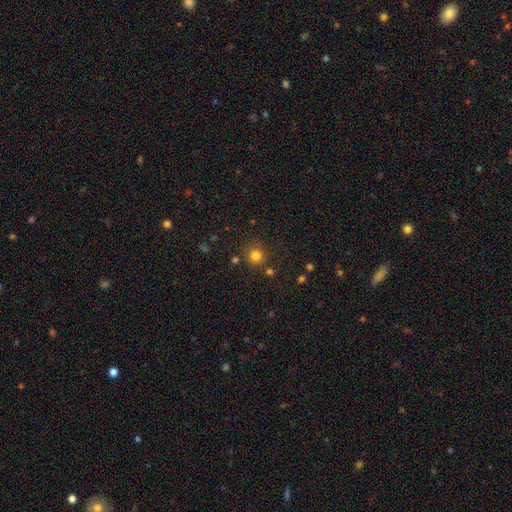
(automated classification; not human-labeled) The model was most divided on "smooth or featured": smooth: 78%, star or artifact: 16%, featured or disk: 6%. More confident: how rounded — round (93%); merging — none (82%).